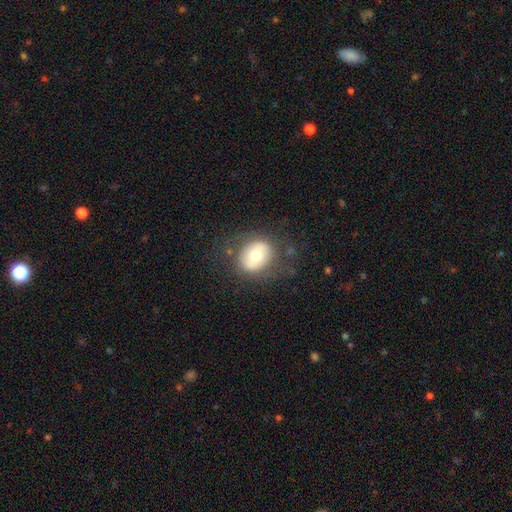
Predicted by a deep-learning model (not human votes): Q: Smooth or featured?
A: smooth (57%); runner-up: featured or disk (35%)
Q: How rounded?
A: round (59%); runner-up: in between (40%)
Q: Merging?
A: none (71%); runner-up: minor disturbance (16%)